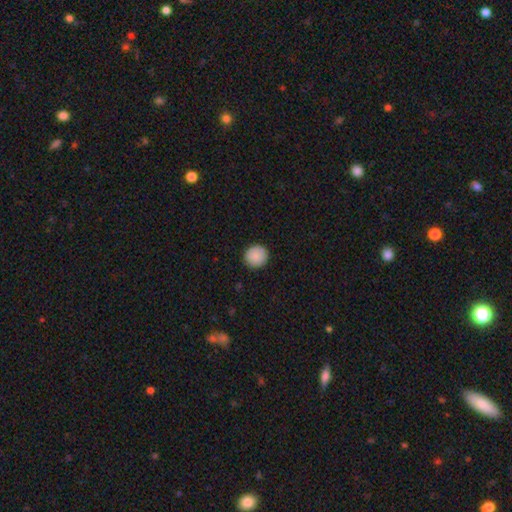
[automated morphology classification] Smooth or featured?
  - smooth: 89% *
  - star or artifact: 8%
  - featured or disk: 4%
How rounded?
  - round: 93% *
  - in between: 6%
  - cigar-shaped: 1%
Merging?
  - none: 91% *
  - minor disturbance: 6%
  - major disturbance: 2%
  - merger: 1%